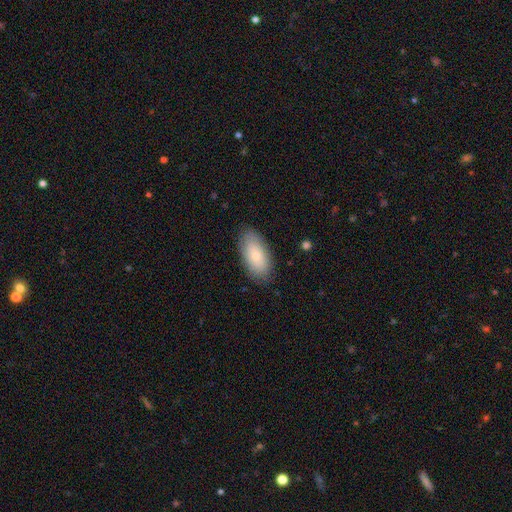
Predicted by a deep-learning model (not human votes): This appears to be a smooth galaxy with no disk features (77%) that is in between round and cigar-shaped (94%). Merging: none (84%).